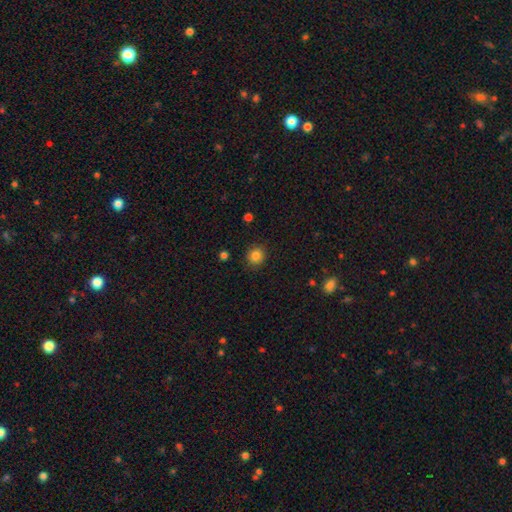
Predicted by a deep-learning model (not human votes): This appears to be a smooth galaxy with no disk features (85%) that is round (88%). Merging: none (89%).